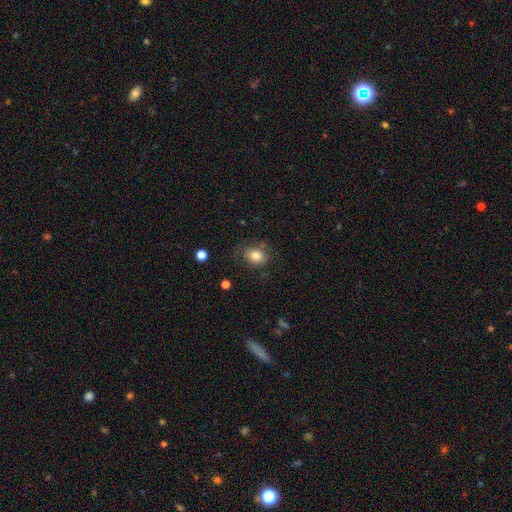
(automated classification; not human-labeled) smooth_or_featured: smooth (p=0.80) [alt: featured or disk p=0.10]
how_rounded: in between (p=0.50) [alt: round p=0.49]
merging: none (p=0.70) [alt: minor disturbance p=0.20]